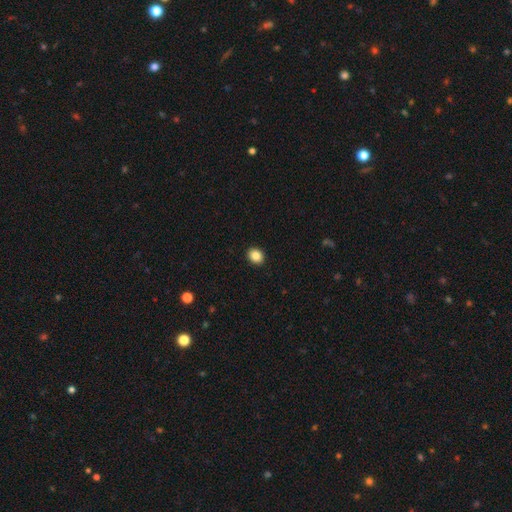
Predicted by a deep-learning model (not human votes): Q: Smooth or featured?
A: smooth (86%); runner-up: star or artifact (9%)
Q: How rounded?
A: round (62%); runner-up: in between (38%)
Q: Merging?
A: none (92%); runner-up: minor disturbance (5%)